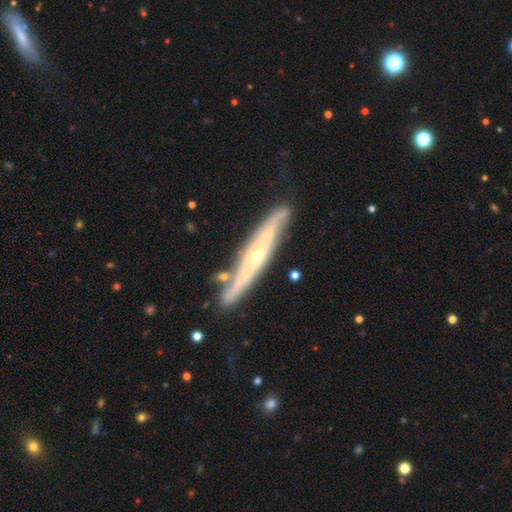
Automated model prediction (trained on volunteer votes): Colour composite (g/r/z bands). It shows a featured or disk galaxy (76%) viewed edge-on (72%) with a rounded central bulge (69%). Merging: none (78%).